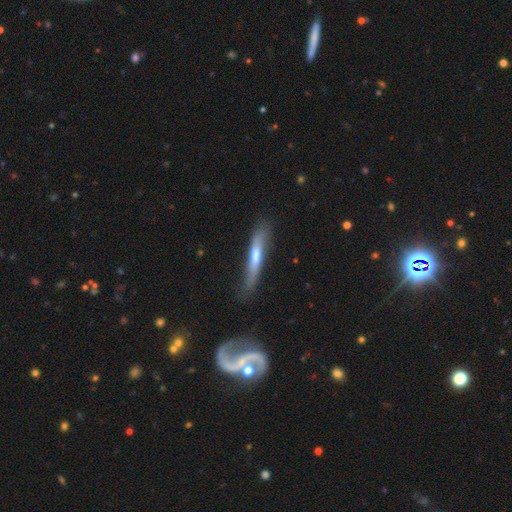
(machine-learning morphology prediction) Smooth or featured: featured or disk — 59% (smooth — 35%)
Edge-on disk: yes — 74% (no — 26%)
Merging: none — 63% (minor disturbance — 23%)